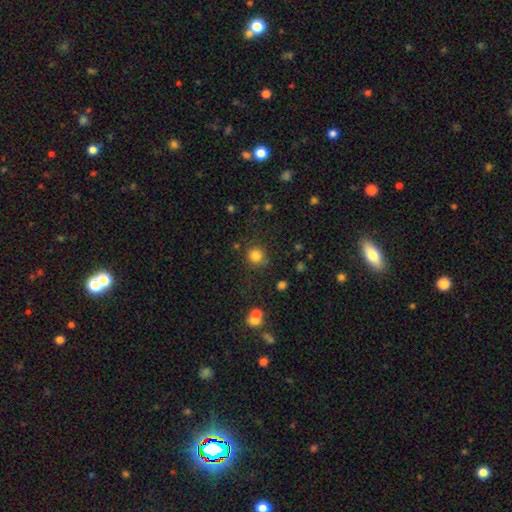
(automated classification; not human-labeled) smooth_or_featured: smooth (p=0.83) [alt: star or artifact p=0.12]
how_rounded: round (p=0.89) [alt: in between p=0.10]
merging: none (p=0.80) [alt: minor disturbance p=0.11]